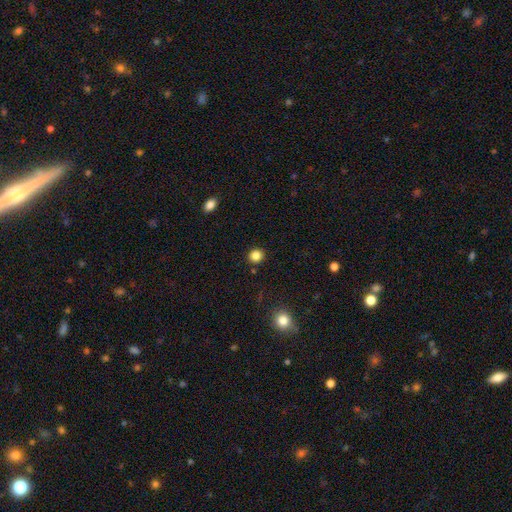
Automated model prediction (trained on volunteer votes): The model was most divided on "how rounded": round: 82%, in between: 17%, cigar-shaped: 1%. More confident: merging — none (90%); smooth or featured — smooth (84%).